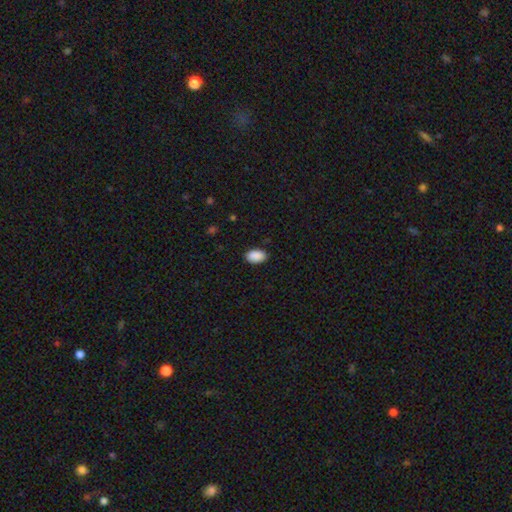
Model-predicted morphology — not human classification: The model was most divided on "merging": none: 88%, minor disturbance: 9%, major disturbance: 2%, merger: 1%. More confident: how rounded — in between (92%); smooth or featured — smooth (91%).